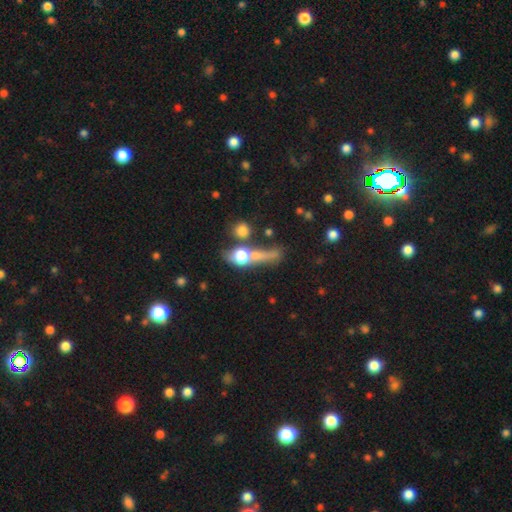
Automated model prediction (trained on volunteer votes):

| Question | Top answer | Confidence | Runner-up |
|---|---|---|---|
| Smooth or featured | smooth | 51% | featured or disk (31%) |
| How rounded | round | 40% | cigar-shaped (35%) |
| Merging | none | 39% | merger (30%) |